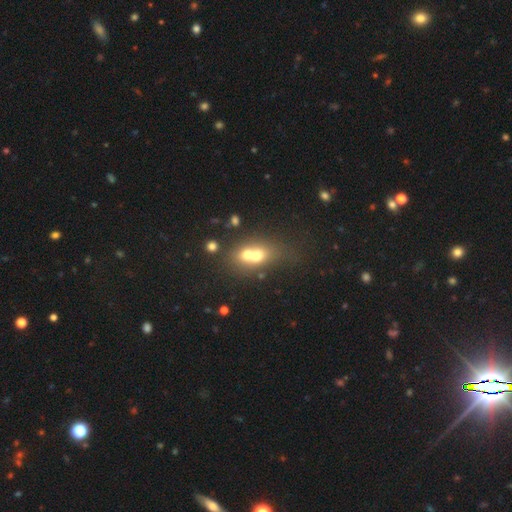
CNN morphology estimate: smooth-or-featured: smooth: 61% | featured or disk: 26% | star or artifact: 13%
  how-rounded: in between: 51% | round: 46% | cigar-shaped: 3%
  merging: merger: 66% | none: 22% | minor disturbance: 7% | major disturbance: 5%